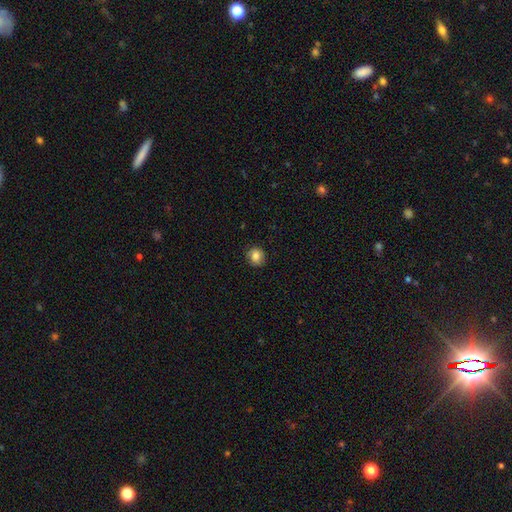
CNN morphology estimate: Smooth or featured?
  - smooth: 82% *
  - star or artifact: 10%
  - featured or disk: 9%
How rounded?
  - round: 80% *
  - in between: 19%
  - cigar-shaped: 1%
Merging?
  - none: 85% *
  - minor disturbance: 12%
  - major disturbance: 3%
  - merger: 1%